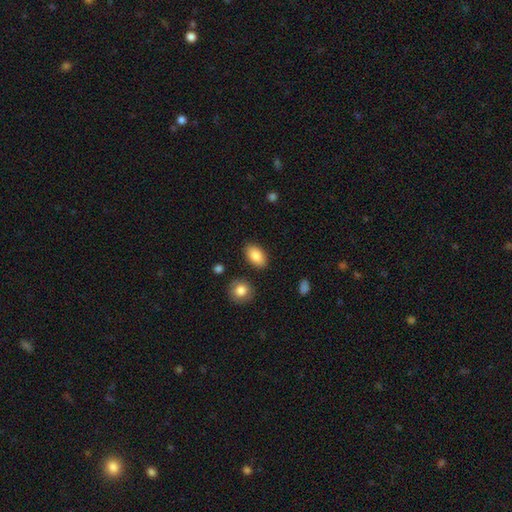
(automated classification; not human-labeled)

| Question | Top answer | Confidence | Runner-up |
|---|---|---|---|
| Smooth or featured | smooth | 87% | star or artifact (7%) |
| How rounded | in between | 92% | round (6%) |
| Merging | none | 86% | minor disturbance (9%) |